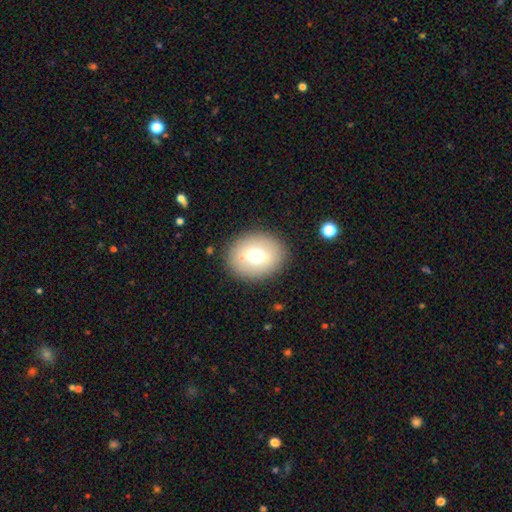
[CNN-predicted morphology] smooth-or-featured: smooth: 62% | featured or disk: 27% | star or artifact: 11%
  how-rounded: round: 59% | in between: 40% | cigar-shaped: 1%
  merging: none: 84% | minor disturbance: 10% | major disturbance: 4% | merger: 2%